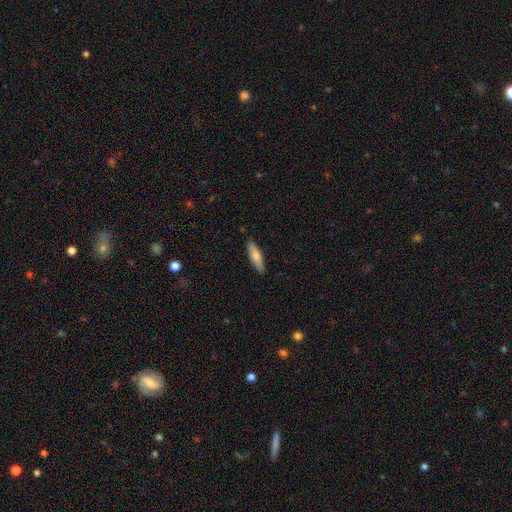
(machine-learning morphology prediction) Smooth or featured? Predicted: smooth (p=0.73). How rounded? Predicted: cigar-shaped (p=0.65). Merging? Predicted: none (p=0.88).